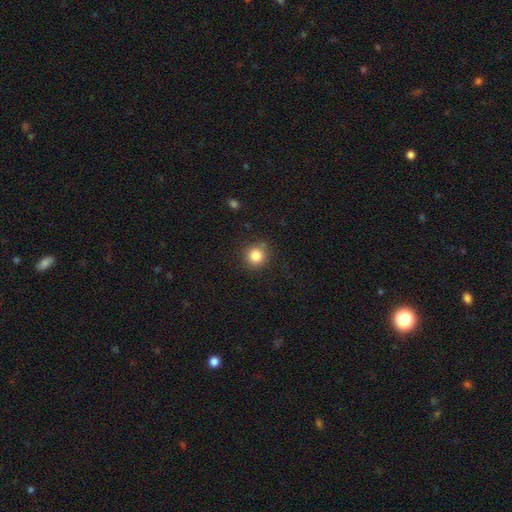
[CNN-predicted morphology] A smooth galaxy with no disk features (83%) that is round (93%).

Vote fractions:
- Smooth or featured? smooth: 83% / star or artifact: 11% / featured or disk: 6%
- How rounded? round: 93% / in between: 6% / cigar-shaped: 1%
- Merging? none: 87% / minor disturbance: 9% / major disturbance: 3% / merger: 2%